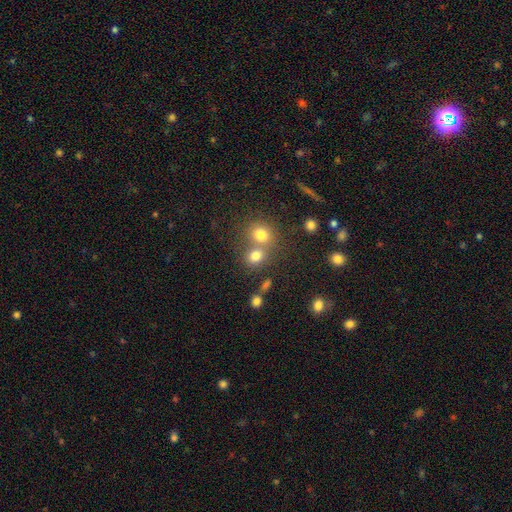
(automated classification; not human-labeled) Q: Smooth or featured?
A: smooth (77%); runner-up: star or artifact (14%)
Q: How rounded?
A: round (65%); runner-up: in between (33%)
Q: Merging?
A: none (45%); runner-up: merger (43%)